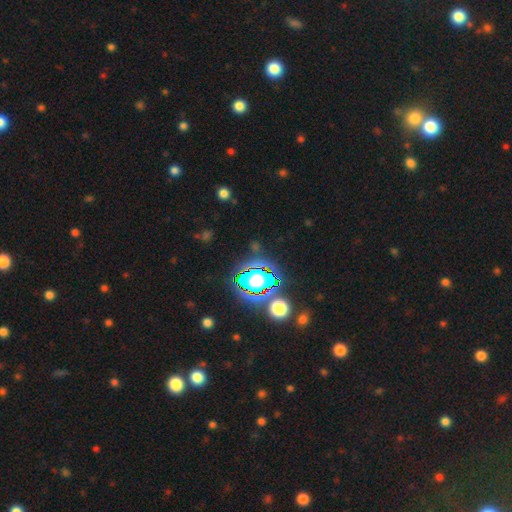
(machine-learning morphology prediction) This is likely a star or artifact rather than a galaxy (80%).